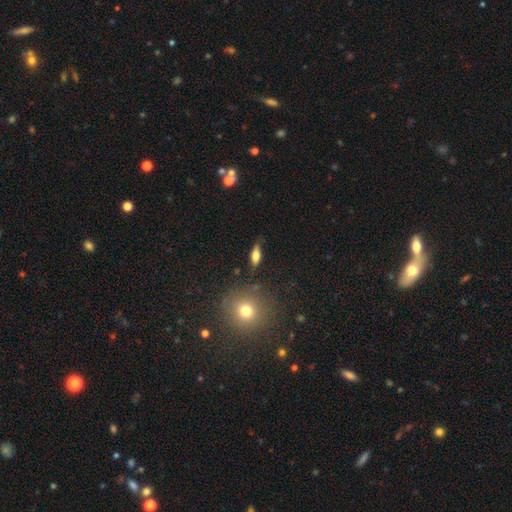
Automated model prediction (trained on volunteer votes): smooth_or_featured: smooth (p=0.59) [alt: featured or disk p=0.32]
how_rounded: in between (p=0.61) [alt: cigar-shaped p=0.33]
merging: none (p=0.81) [alt: minor disturbance p=0.13]